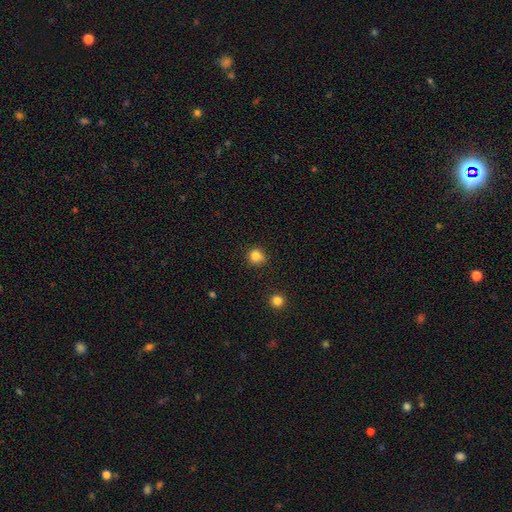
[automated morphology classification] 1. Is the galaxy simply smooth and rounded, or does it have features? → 83% smooth, 13% star or artifact, 5% featured or disk.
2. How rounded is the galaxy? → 85% round, 14% in between, 1% cigar-shaped.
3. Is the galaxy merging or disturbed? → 80% none, 15% minor disturbance, 3% major disturbance, 2% merger.